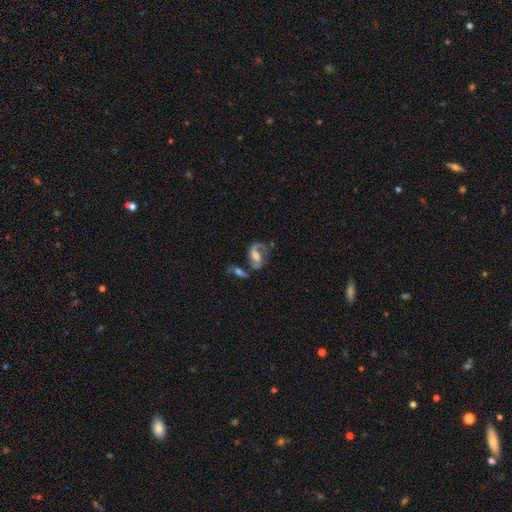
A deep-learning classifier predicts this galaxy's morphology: smooth_or_featured: featured or disk (p=0.79) [alt: smooth p=0.14]
disk_edge_on: no (p=0.96) [alt: yes p=0.04]
bar: weak (p=0.43) [alt: no p=0.29]
has_spiral_arms: yes (p=0.90) [alt: no p=0.10]
spiral_winding: medium (p=0.46) [alt: loose p=0.40]
spiral_arm_count: 2 (p=0.83) [alt: 1 p=0.09]
bulge_size: moderate (p=0.57) [alt: small p=0.19]
merging: none (p=0.46) [alt: merger p=0.21]